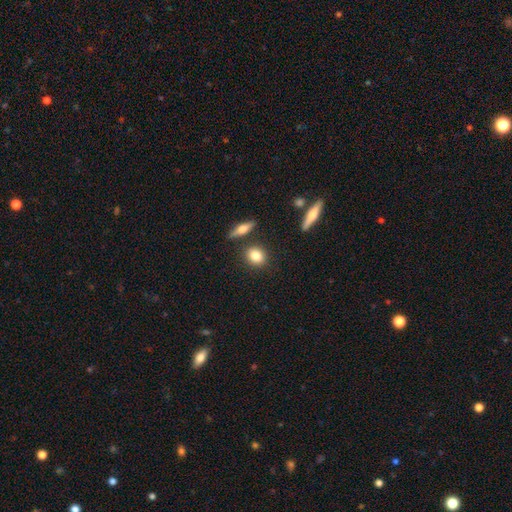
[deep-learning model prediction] smooth_or_featured: smooth (p=0.82) [alt: featured or disk p=0.10]
how_rounded: round (p=0.58) [alt: in between p=0.38]
merging: none (p=0.82) [alt: minor disturbance p=0.09]